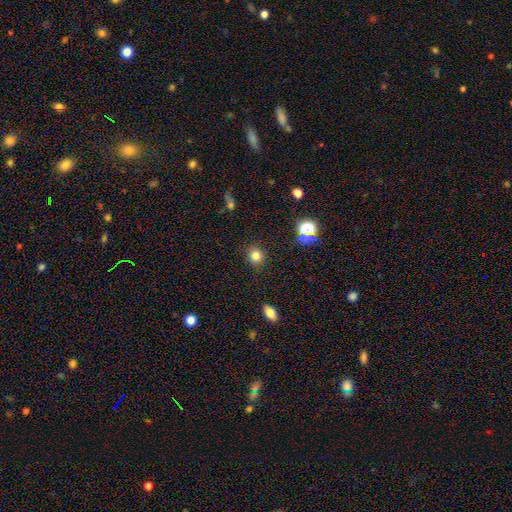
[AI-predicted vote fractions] smooth_or_featured: smooth (p=0.80) [alt: star or artifact p=0.14]
how_rounded: round (p=0.81) [alt: in between p=0.18]
merging: none (p=0.89) [alt: minor disturbance p=0.07]